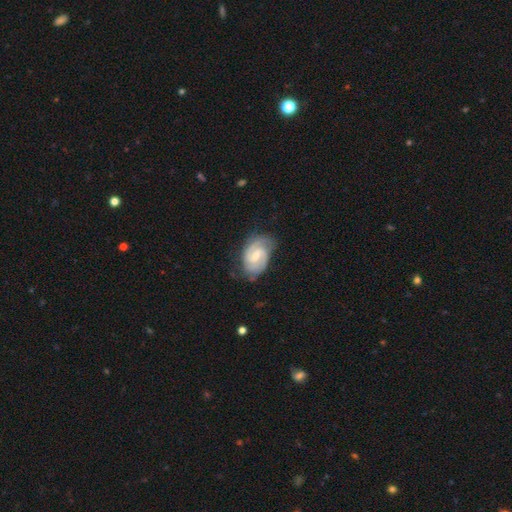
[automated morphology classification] Smooth or featured?
  - featured or disk: 87% *
  - smooth: 8%
  - star or artifact: 5%
Edge-on disk?
  - no: 98% *
  - yes: 2%
Bar?
  - weak: 58% *
  - no: 28%
  - strong: 14%
Spiral arms?
  - yes: 98% *
  - no: 2%
Spiral winding?
  - medium: 47% *
  - tight: 43%
  - loose: 10%
Spiral arm count?
  - 2: 84% *
  - 3: 6%
  - can't tell: 5%
  - 1: 2%
  - 4: 1%
  - more than 4: 1%
Bulge size?
  - small: 52% *
  - moderate: 41%
  - none: 5%
  - large: 2%
  - dominant: 1%
Merging?
  - none: 74% *
  - minor disturbance: 19%
  - major disturbance: 6%
  - merger: 1%